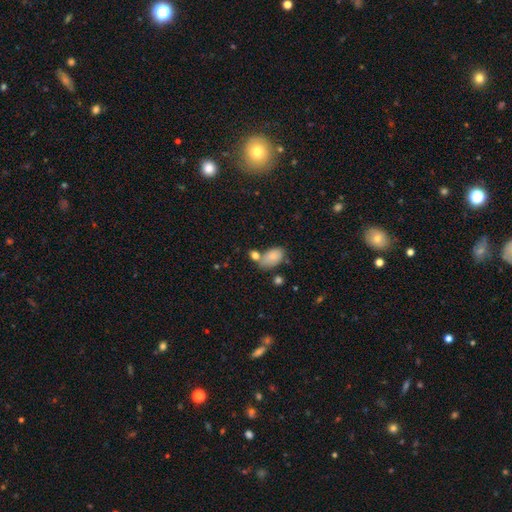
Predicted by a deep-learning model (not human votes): A smooth galaxy with no disk features (79%) that is in between round and cigar-shaped (82%).

Vote fractions:
- Smooth or featured? smooth: 79% / featured or disk: 10% / star or artifact: 10%
- How rounded? in between: 82% / round: 16% / cigar-shaped: 3%
- Merging? none: 48% / merger: 29% / minor disturbance: 17% / major disturbance: 6%